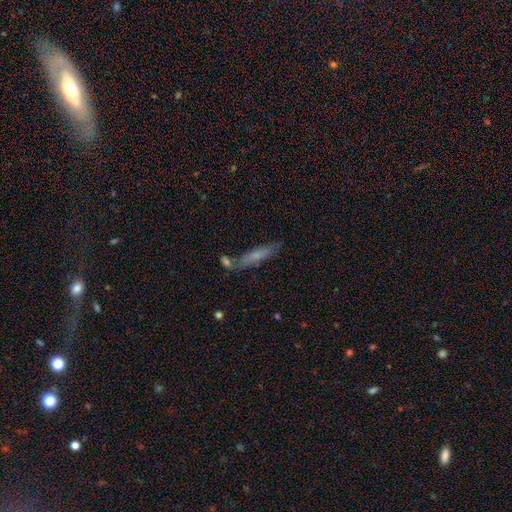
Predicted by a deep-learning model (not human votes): A smooth galaxy with no disk features (54%) that is cigar-shaped (85%).

Vote fractions:
- Smooth or featured? smooth: 54% / featured or disk: 38% / star or artifact: 9%
- How rounded? cigar-shaped: 85% / in between: 13% / round: 2%
- Merging? none: 71% / minor disturbance: 14% / merger: 12% / major disturbance: 4%